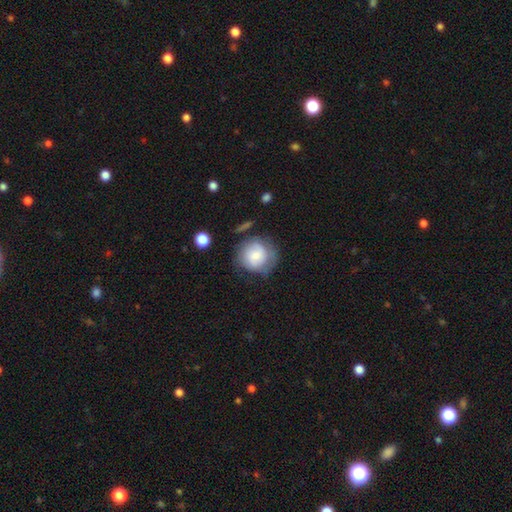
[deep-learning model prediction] This is possibly a smooth galaxy (59%). How rounded: clearly round (87%). Merging: possibly none (60%).